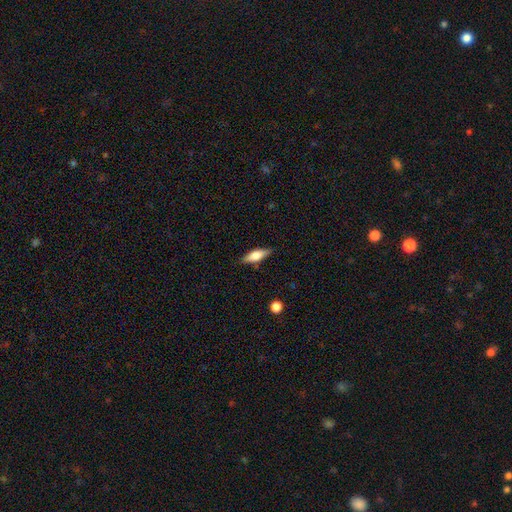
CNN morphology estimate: This appears to be a smooth galaxy with no disk features (63%) that is in between round and cigar-shaped (56%). Merging: none (84%).